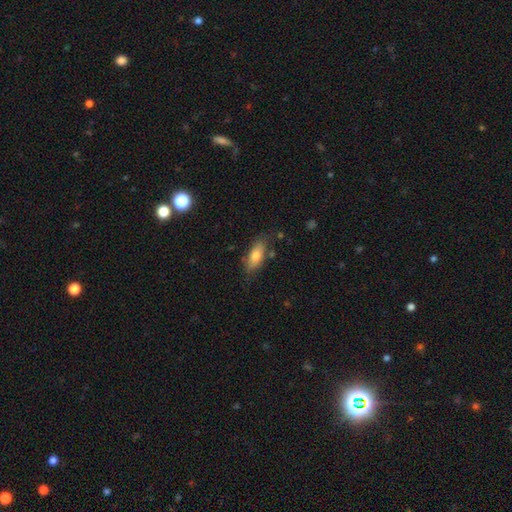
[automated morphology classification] This appears to be a smooth galaxy with no disk features (75%) that is in between round and cigar-shaped (81%). Merging: none (73%).